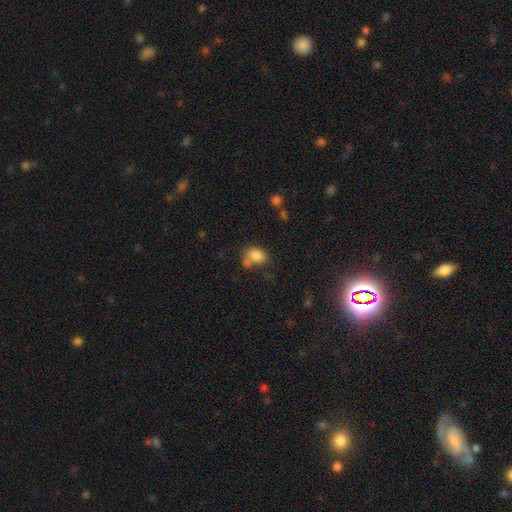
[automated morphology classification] This is clearly a smooth galaxy (82%). How rounded: likely in between (74%). Merging: possibly none (46%).